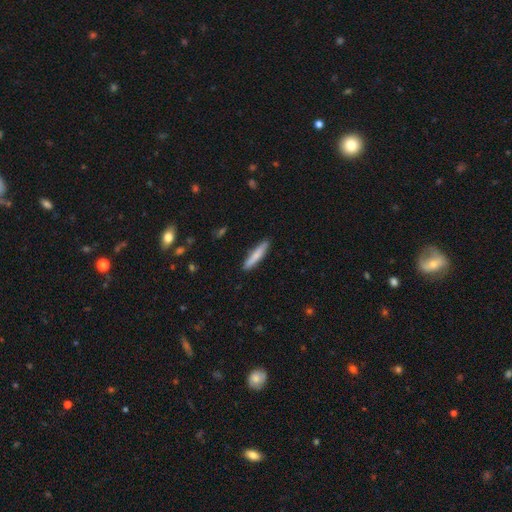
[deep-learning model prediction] Q: Smooth or featured?
A: smooth (76%); runner-up: featured or disk (19%)
Q: How rounded?
A: cigar-shaped (89%); runner-up: in between (9%)
Q: Merging?
A: none (87%); runner-up: minor disturbance (10%)